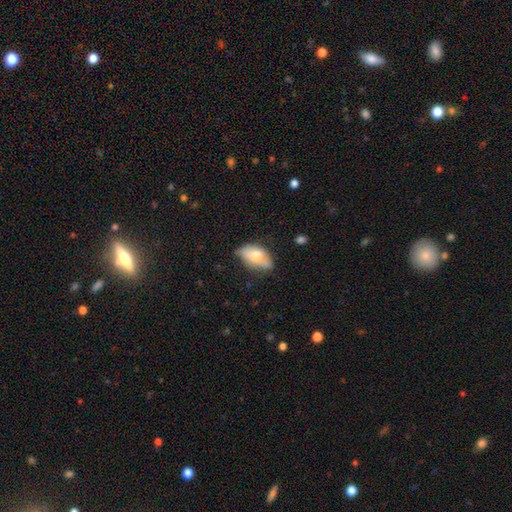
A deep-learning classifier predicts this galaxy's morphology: smooth-or-featured: smooth: 65% | featured or disk: 28% | star or artifact: 7%
  how-rounded: in between: 91% | round: 6% | cigar-shaped: 3%
  merging: none: 51% | minor disturbance: 35% | major disturbance: 10% | merger: 4%